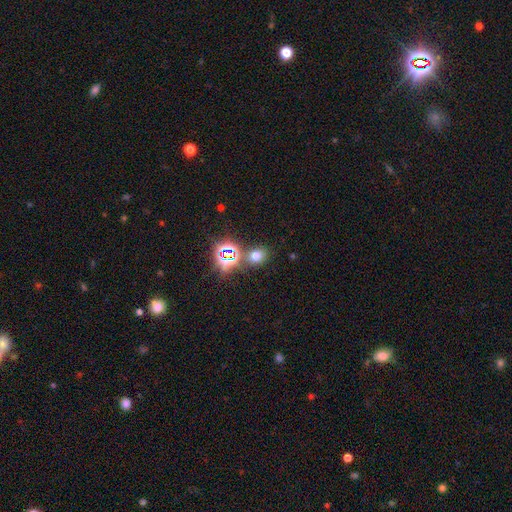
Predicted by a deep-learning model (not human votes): smooth-or-featured: smooth: 59% | star or artifact: 33% | featured or disk: 7%
  how-rounded: round: 53% | in between: 45% | cigar-shaped: 1%
  merging: none: 74% | merger: 12% | minor disturbance: 10% | major disturbance: 4%